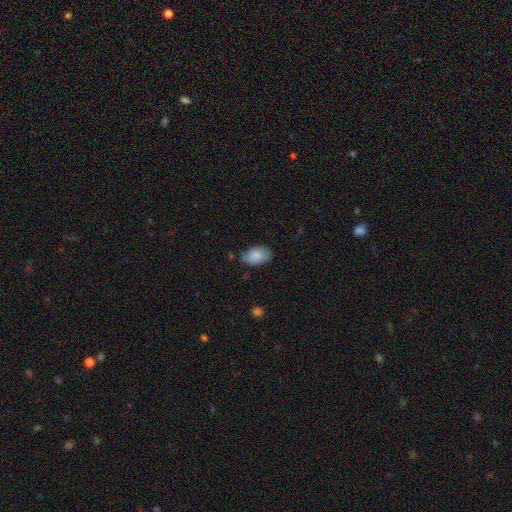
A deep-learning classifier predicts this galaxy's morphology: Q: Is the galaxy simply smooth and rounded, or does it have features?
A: smooth — 86%.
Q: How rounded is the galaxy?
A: in between — 92%.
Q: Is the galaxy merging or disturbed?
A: none — 71%.